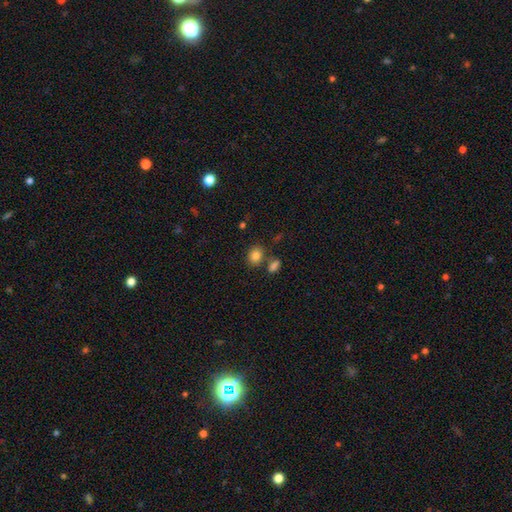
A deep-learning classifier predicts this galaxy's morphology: Smooth or featured? smooth (84%)
How rounded? round (53%)
Merging? none (70%)